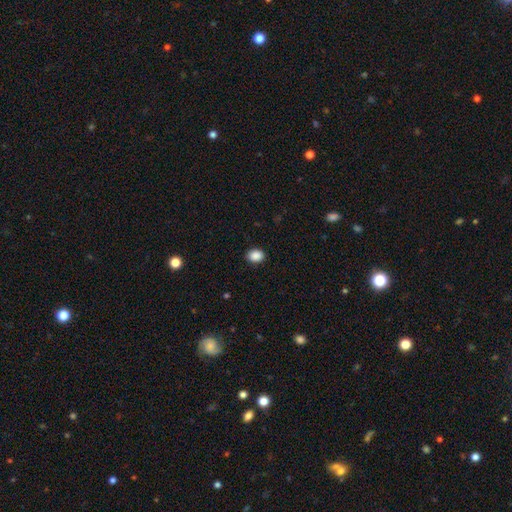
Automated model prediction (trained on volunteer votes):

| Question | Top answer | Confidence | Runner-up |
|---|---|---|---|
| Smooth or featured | smooth | 89% | star or artifact (8%) |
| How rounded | in between | 61% | round (38%) |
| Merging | none | 89% | minor disturbance (8%) |